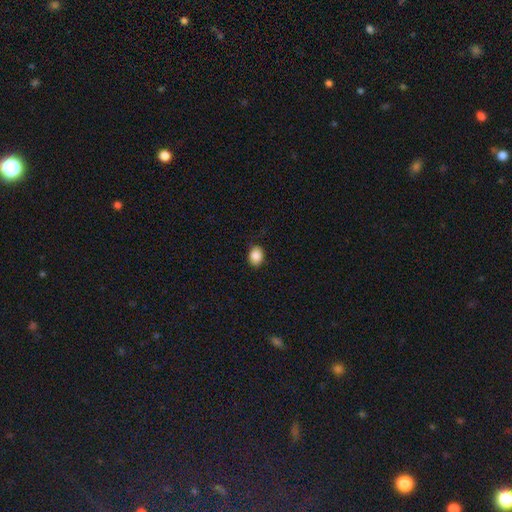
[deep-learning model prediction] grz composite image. It shows a smooth galaxy with no disk features (88%) that is in between round and cigar-shaped (54%). Merging: none (84%).